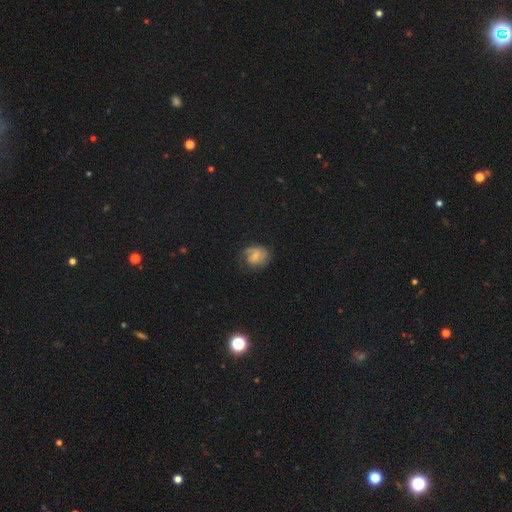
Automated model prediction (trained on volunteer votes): Smooth or featured: featured or disk — 53% (smooth — 37%)
Edge-on disk: no — 97% (yes — 3%)
Bar: weak — 50% (no — 35%)
Spiral arms: yes — 82% (no — 18%)
Bulge size: small — 54% (moderate — 30%)
Merging: none — 63% (minor disturbance — 23%)